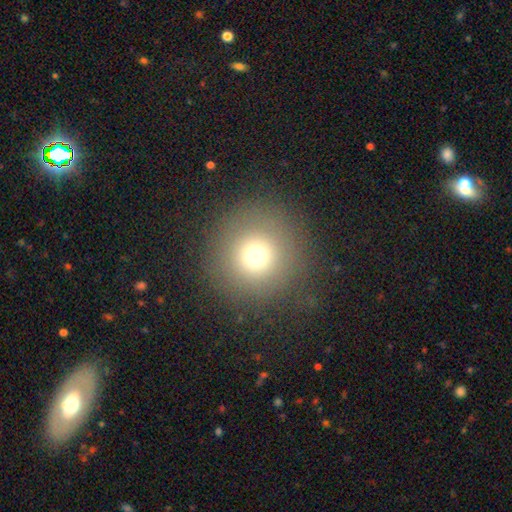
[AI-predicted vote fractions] Smooth or featured: smooth — 72% (star or artifact — 17%)
How rounded: round — 96% (in between — 3%)
Merging: none — 86% (minor disturbance — 7%)